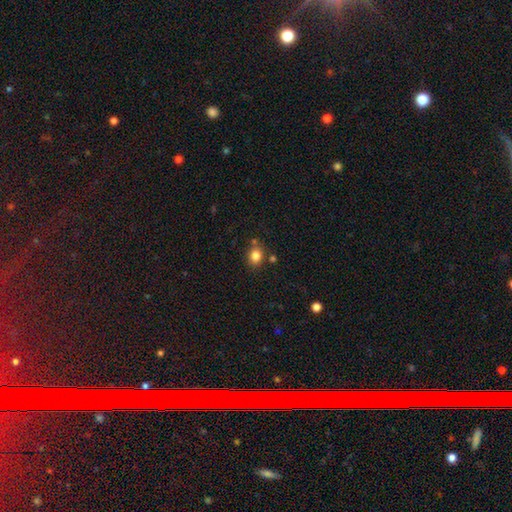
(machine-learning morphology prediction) A smooth galaxy with no disk features (83%) that is round (60%).

Vote fractions:
- Smooth or featured? smooth: 83% / star or artifact: 11% / featured or disk: 6%
- How rounded? round: 60% / in between: 40% / cigar-shaped: 1%
- Merging? none: 77% / minor disturbance: 12% / merger: 8% / major disturbance: 3%